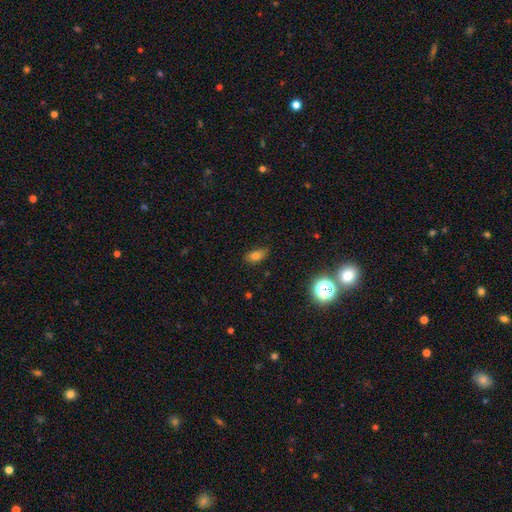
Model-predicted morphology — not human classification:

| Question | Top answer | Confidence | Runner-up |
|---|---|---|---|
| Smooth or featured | smooth | 78% | star or artifact (13%) |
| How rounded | in between | 85% | cigar-shaped (9%) |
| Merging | none | 74% | minor disturbance (21%) |